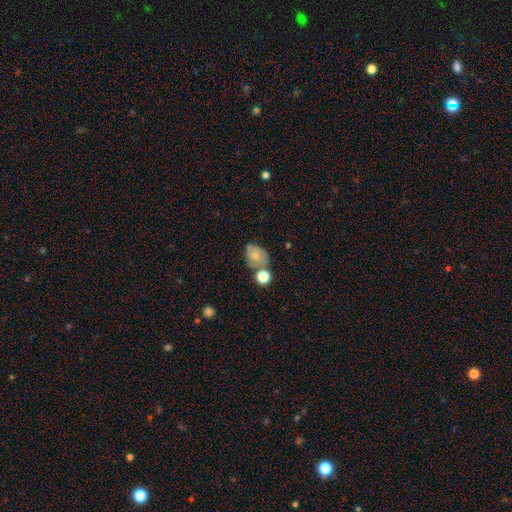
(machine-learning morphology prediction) This is likely a smooth galaxy (65%). How rounded: possibly in between (58%). Merging: marginally none (44%).